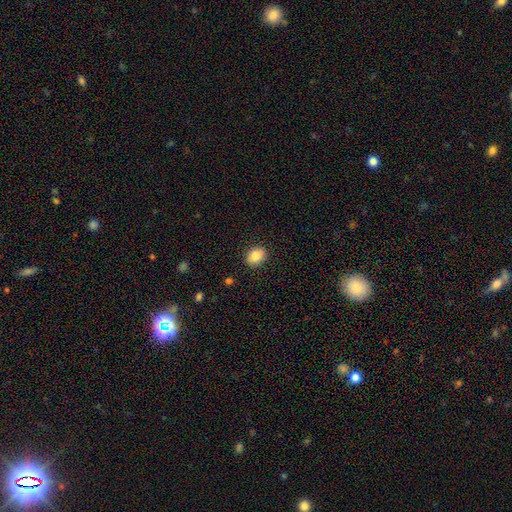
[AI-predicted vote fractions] Q: Smooth or featured?
A: smooth (84%); runner-up: star or artifact (9%)
Q: How rounded?
A: in between (51%); runner-up: round (48%)
Q: Merging?
A: none (89%); runner-up: minor disturbance (8%)